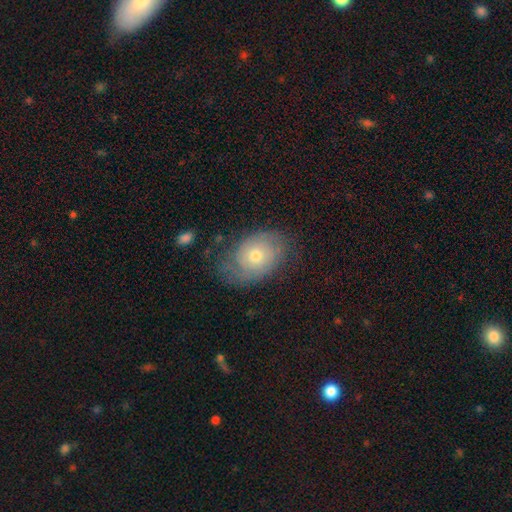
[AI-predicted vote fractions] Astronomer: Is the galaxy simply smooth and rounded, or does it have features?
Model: featured or disk — 57% (runner-up: smooth, 35%).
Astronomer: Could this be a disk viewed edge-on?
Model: no — 95%.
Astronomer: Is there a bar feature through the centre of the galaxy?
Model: no — 84%.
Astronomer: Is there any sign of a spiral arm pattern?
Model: yes — 79%.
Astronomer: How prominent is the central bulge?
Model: moderate — 57% (runner-up: small, 38%).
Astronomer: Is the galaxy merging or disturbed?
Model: none — 66%.